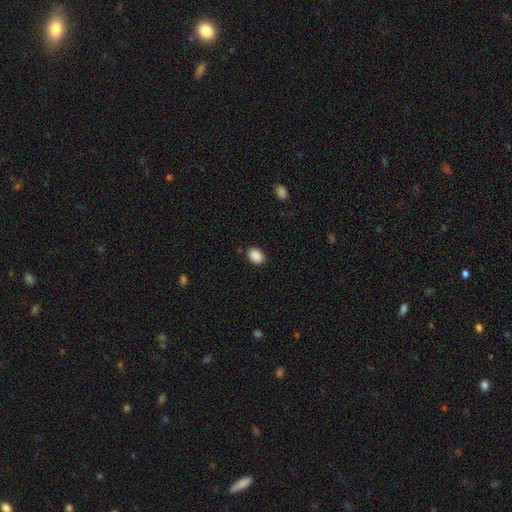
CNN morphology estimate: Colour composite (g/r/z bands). It shows a smooth galaxy with no disk features (90%) that is in between round and cigar-shaped (80%). Merging: none (87%).